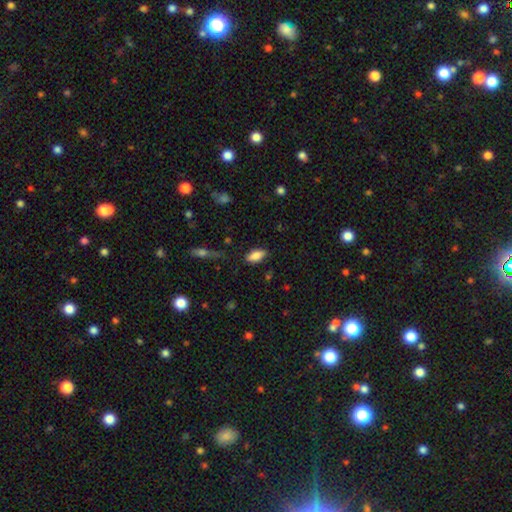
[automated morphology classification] type=smooth (83%); roundness=in between (87%); merging=none (84%).